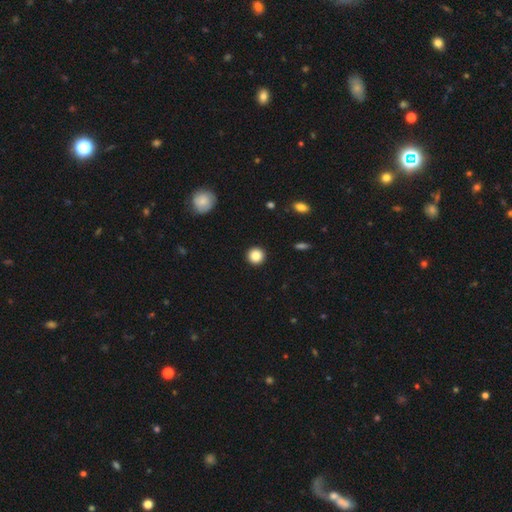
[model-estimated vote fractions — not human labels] Smooth or featured: smooth — 85% (star or artifact — 10%)
How rounded: round — 95% (in between — 4%)
Merging: none — 93% (minor disturbance — 4%)